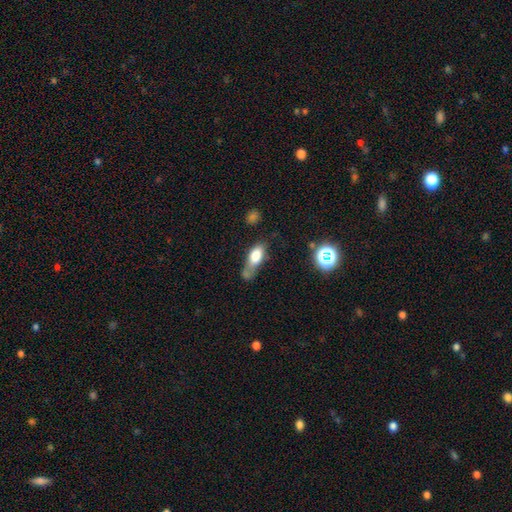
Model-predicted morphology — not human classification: Smooth or featured? smooth (73%)
How rounded? in between (77%)
Merging? none (28%)